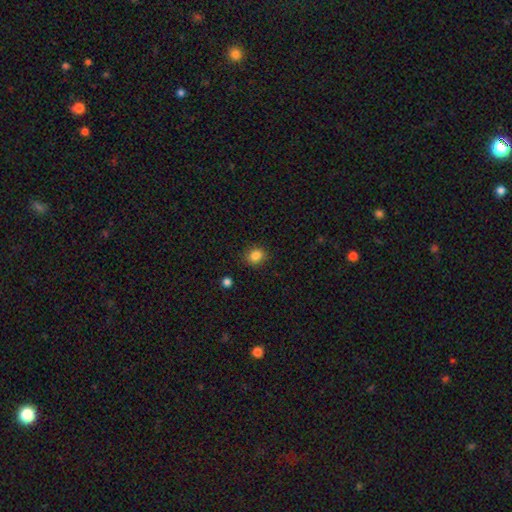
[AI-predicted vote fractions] Smooth or featured? smooth (85%)
How rounded? round (70%)
Merging? none (88%)